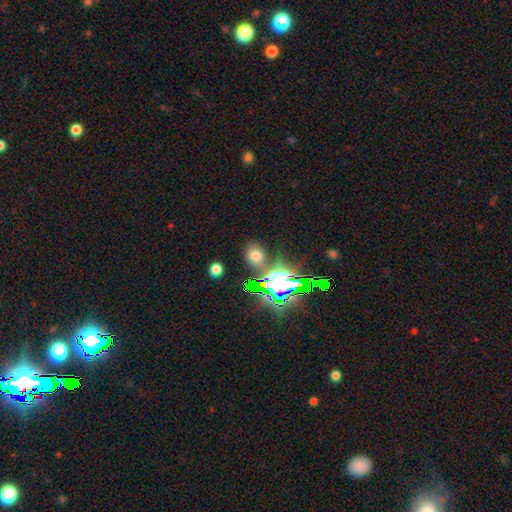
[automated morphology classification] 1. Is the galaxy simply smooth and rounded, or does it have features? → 59% smooth, 32% star or artifact, 9% featured or disk.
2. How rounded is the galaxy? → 68% round, 31% in between, 2% cigar-shaped.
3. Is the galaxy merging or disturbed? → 75% none, 12% minor disturbance, 8% merger, 5% major disturbance.